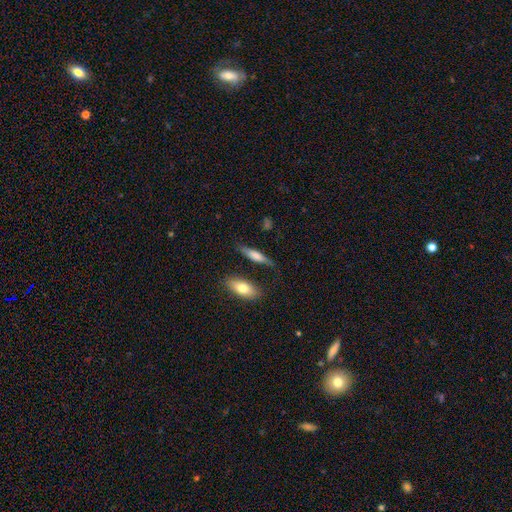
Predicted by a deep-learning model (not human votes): Smooth or featured?
  - smooth: 61% *
  - featured or disk: 32%
  - star or artifact: 7%
How rounded?
  - cigar-shaped: 70% *
  - in between: 27%
  - round: 3%
Merging?
  - none: 72% *
  - minor disturbance: 18%
  - major disturbance: 5%
  - merger: 4%